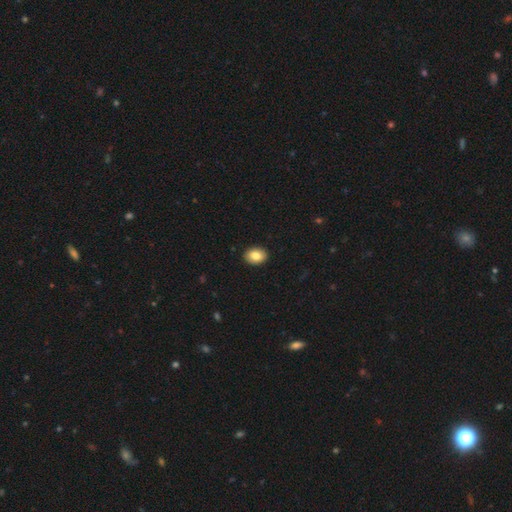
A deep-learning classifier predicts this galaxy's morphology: smooth 85%, featured or disk 8%, star or artifact 8%. Down the decision tree: how rounded — in between (73%); merging — none (92%).